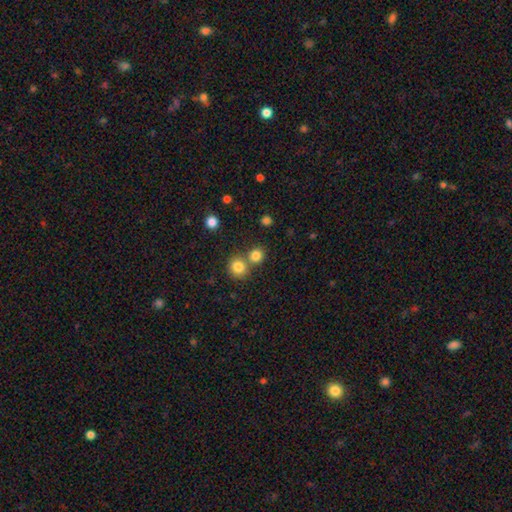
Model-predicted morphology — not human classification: smooth-or-featured: smooth: 81% | star or artifact: 13% | featured or disk: 6%
  how-rounded: round: 87% | in between: 12% | cigar-shaped: 1%
  merging: none: 62% | merger: 29% | minor disturbance: 6% | major disturbance: 2%